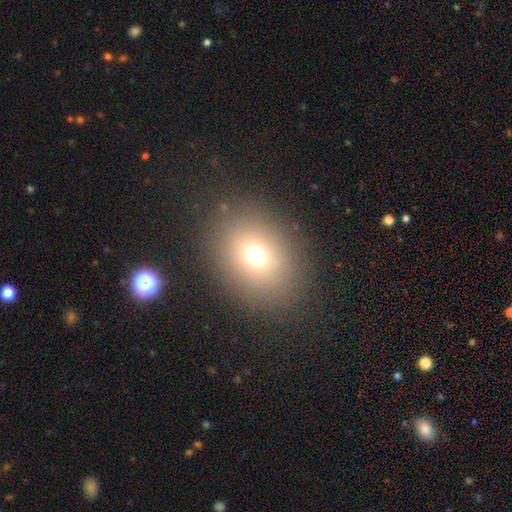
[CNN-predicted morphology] smooth-or-featured: smooth: 68% | star or artifact: 21% | featured or disk: 11%
  how-rounded: round: 60% | in between: 39% | cigar-shaped: 1%
  merging: none: 84% | minor disturbance: 8% | major disturbance: 6% | merger: 2%